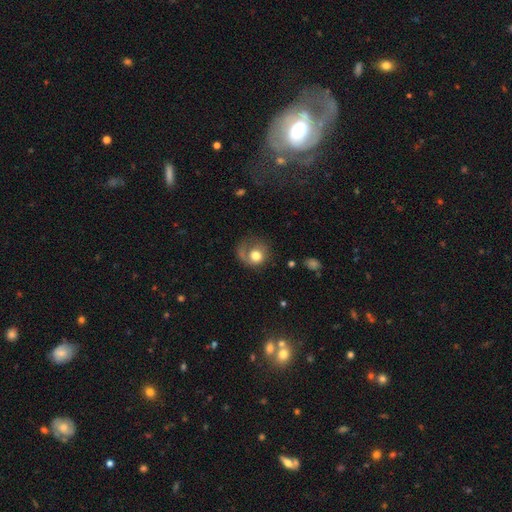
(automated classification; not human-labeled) Morphology: type=smooth (61%); roundness=round (79%); merging=none (42%).